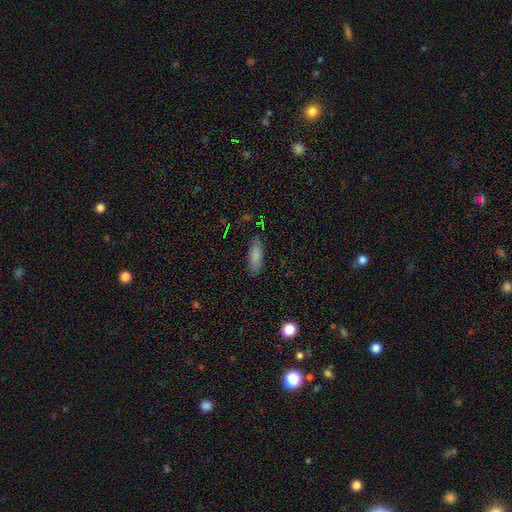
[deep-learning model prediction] Smooth or featured? Predicted: smooth (p=0.84). How rounded? Predicted: in between (p=0.67). Merging? Predicted: none (p=0.84).